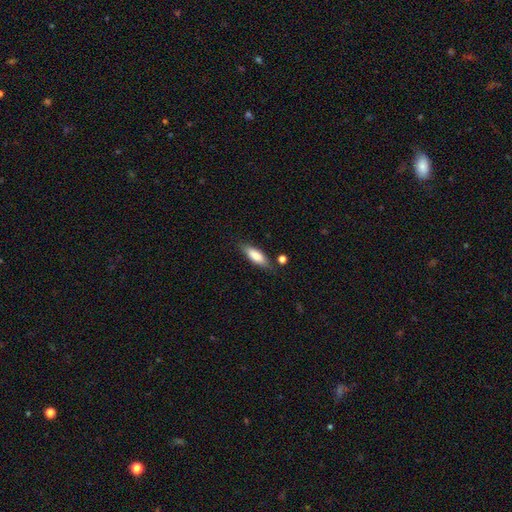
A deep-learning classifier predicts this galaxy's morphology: This appears to be a smooth galaxy with no disk features (80%) that is in between round and cigar-shaped (62%). Merging: none (74%).